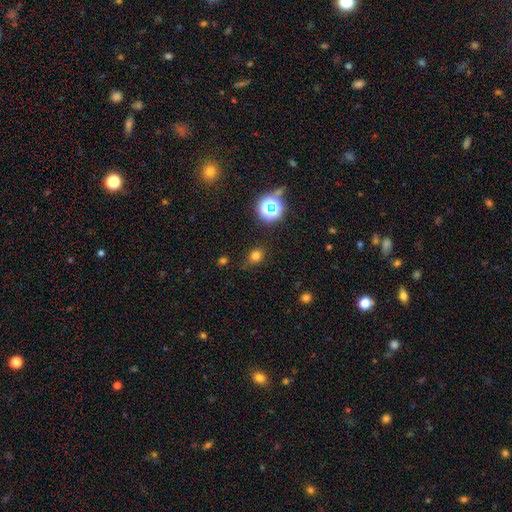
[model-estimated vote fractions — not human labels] Morphology: type=smooth (73%); roundness=round (68%); merging=none (74%).